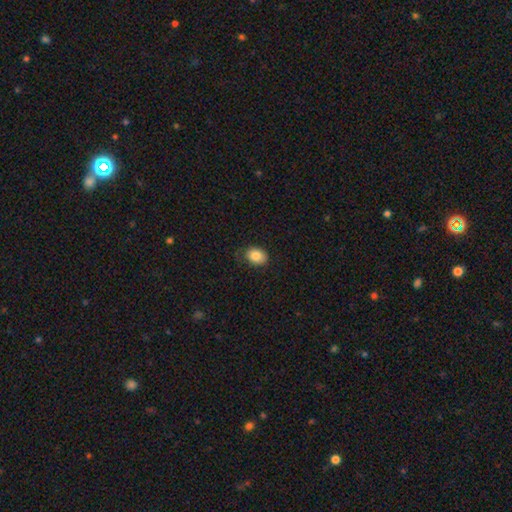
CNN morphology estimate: Smooth or featured?
  - smooth: 84% *
  - star or artifact: 8%
  - featured or disk: 8%
How rounded?
  - in between: 69% *
  - round: 31%
  - cigar-shaped: 1%
Merging?
  - none: 75% *
  - minor disturbance: 20%
  - major disturbance: 5%
  - merger: 1%